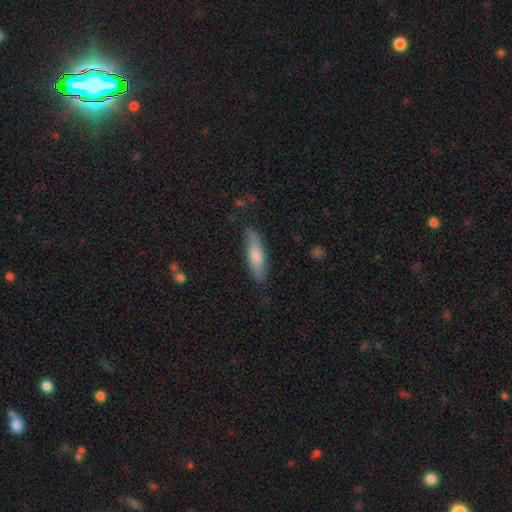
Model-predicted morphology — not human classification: Smooth or featured: smooth — 65% (featured or disk — 29%)
How rounded: cigar-shaped — 71% (in between — 27%)
Merging: none — 81% (minor disturbance — 15%)